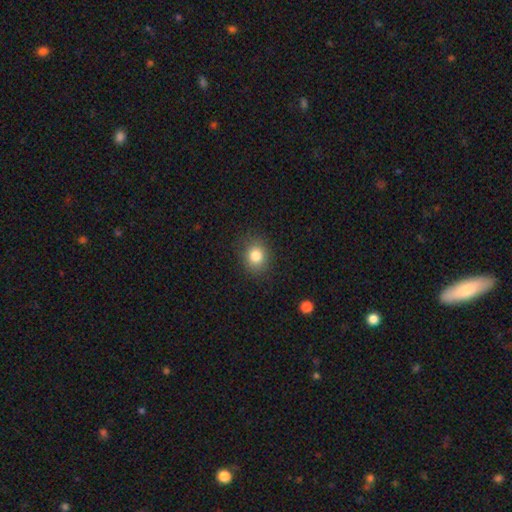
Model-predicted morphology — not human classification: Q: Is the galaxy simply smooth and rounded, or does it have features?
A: smooth — 83%.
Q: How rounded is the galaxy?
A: round — 66%.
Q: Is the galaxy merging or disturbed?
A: none — 87%.